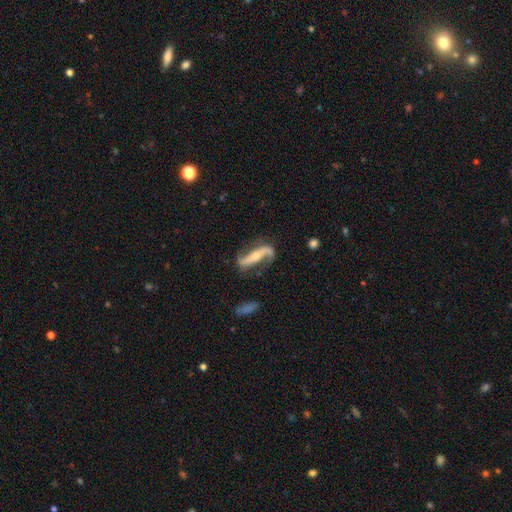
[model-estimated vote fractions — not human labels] This is clearly a featured or disk galaxy (85%). It is clearly not viewed edge-on (85%). Bar: possibly strong (47%). Spiral arm pattern: clearly yes (94%). Spiral arm count: clearly 2 (89%). Spiral winding: likely loose (74%). Central bulge: possibly small (51%). Merging: likely none (69%).